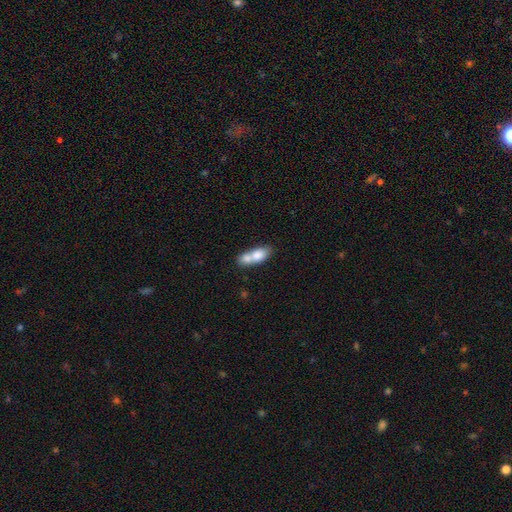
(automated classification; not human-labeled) This appears to be a smooth galaxy with no disk features (73%) that is in between round and cigar-shaped (75%). Merging: merger (63%).